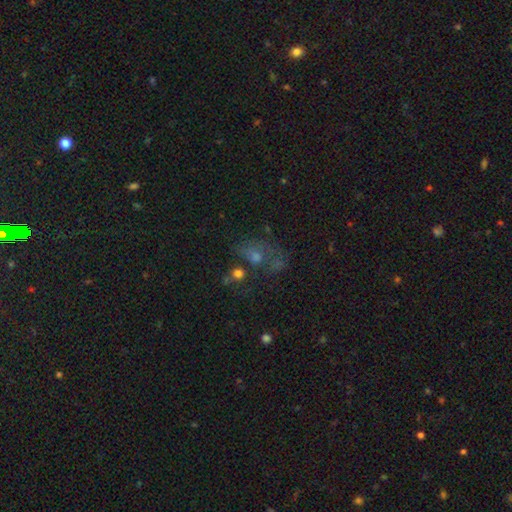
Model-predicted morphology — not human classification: This is marginally a smooth galaxy (39%). Merging: marginally none (39%).